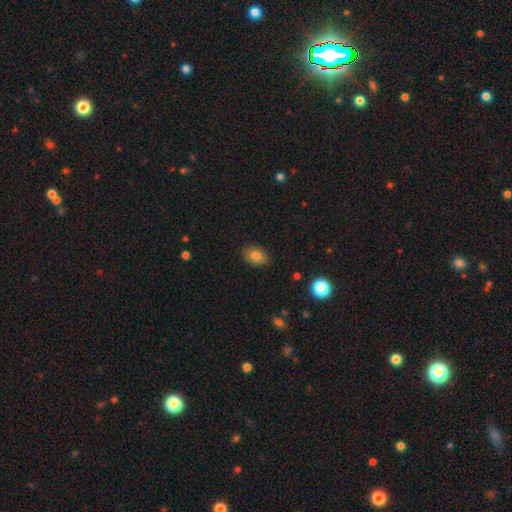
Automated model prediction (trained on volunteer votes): Smooth or featured?
  - smooth: 81% *
  - star or artifact: 10%
  - featured or disk: 9%
How rounded?
  - in between: 76% *
  - round: 23%
  - cigar-shaped: 1%
Merging?
  - none: 85% *
  - minor disturbance: 11%
  - major disturbance: 2%
  - merger: 1%